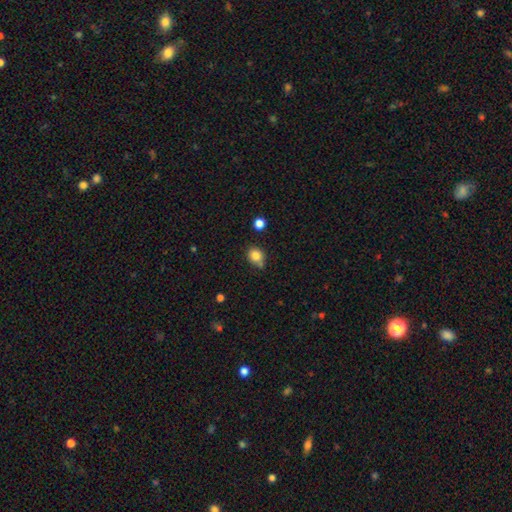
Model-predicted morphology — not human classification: smooth_or_featured: smooth (p=0.82) [alt: star or artifact p=0.11]
how_rounded: round (p=0.70) [alt: in between p=0.29]
merging: none (p=0.62) [alt: minor disturbance p=0.24]